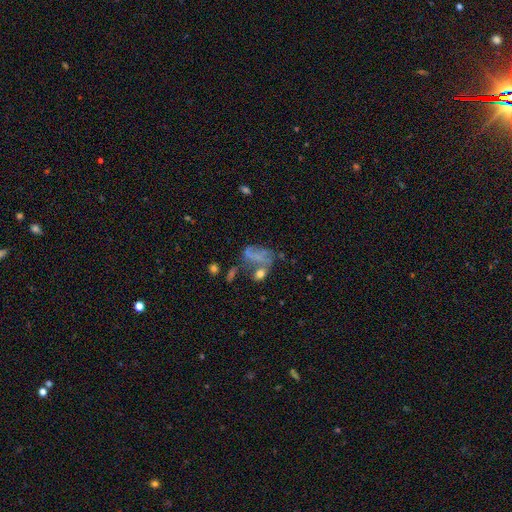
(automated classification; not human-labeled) Q: Smooth or featured?
A: featured or disk (45%); runner-up: smooth (38%)
Q: Merging?
A: major disturbance (33%); runner-up: none (27%)